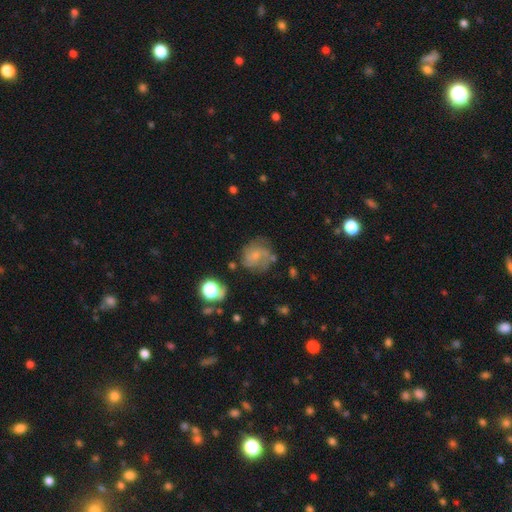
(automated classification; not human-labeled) Smooth or featured? featured or disk (48%)
Merging? none (55%)